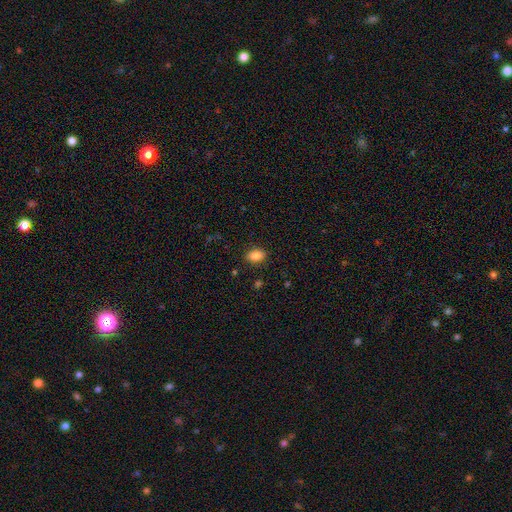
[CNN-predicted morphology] This appears to be a smooth galaxy with no disk features (87%) that is in between round and cigar-shaped (83%). Merging: none (86%).